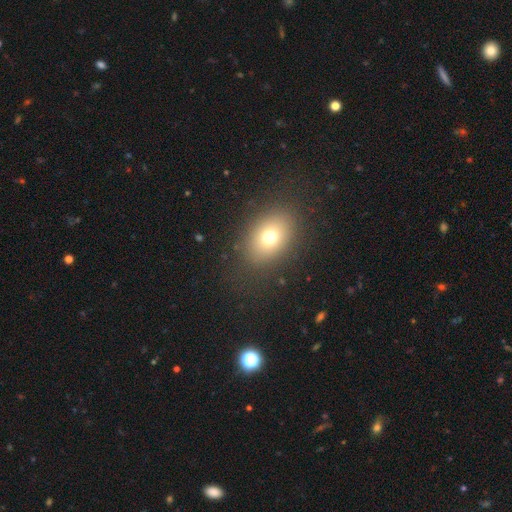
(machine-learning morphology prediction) type=smooth (70%); roundness=in between (66%); merging=none (87%).